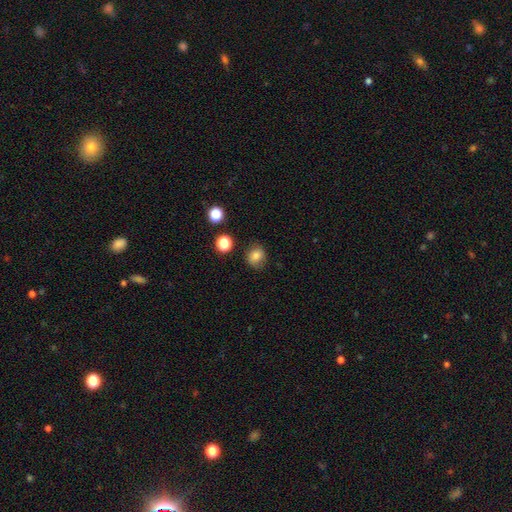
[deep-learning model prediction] Overall: smooth (80%). How rounded: round (75%). Merging: none (81%).